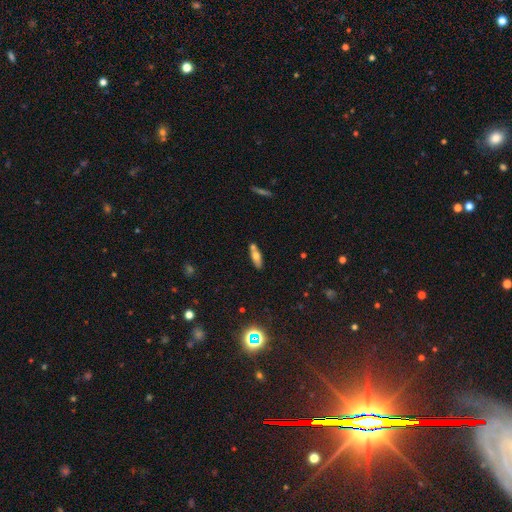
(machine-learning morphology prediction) Overall: smooth (62%; featured or disk 29%). How rounded: in between (57%; cigar-shaped 40%). Merging: none (62%; merger 22%).